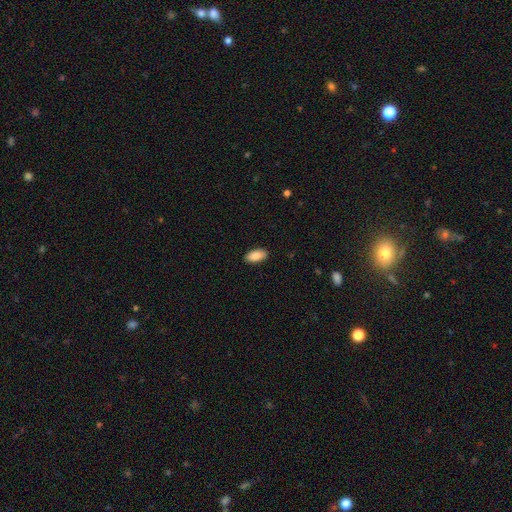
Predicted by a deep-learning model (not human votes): Q: Smooth or featured?
A: smooth (88%); runner-up: star or artifact (6%)
Q: How rounded?
A: in between (94%); runner-up: cigar-shaped (4%)
Q: Merging?
A: none (89%); runner-up: minor disturbance (8%)